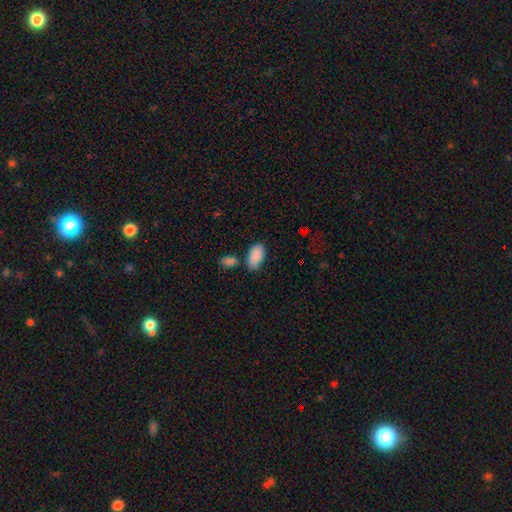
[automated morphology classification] Smooth or featured?
  - smooth: 89% *
  - star or artifact: 7%
  - featured or disk: 4%
How rounded?
  - in between: 95% *
  - round: 3%
  - cigar-shaped: 2%
Merging?
  - none: 73% *
  - minor disturbance: 13%
  - merger: 10%
  - major disturbance: 3%